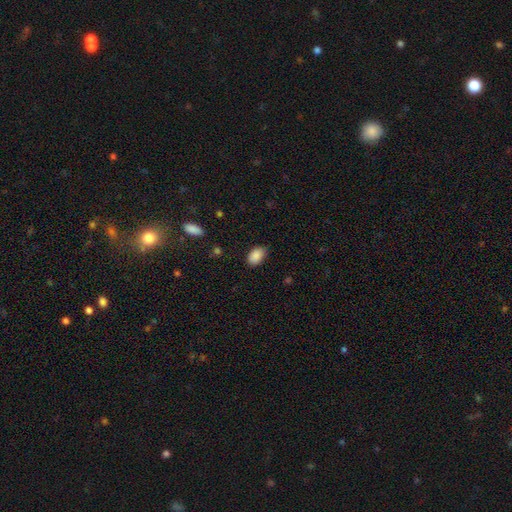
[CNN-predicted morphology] Overall: smooth (89%). How rounded: in between (90%). Merging: none (79%).